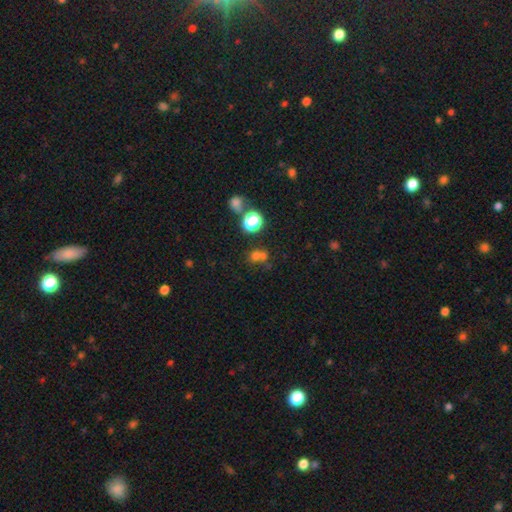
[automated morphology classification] Overall: smooth (62%; star or artifact 27%). How rounded: round (76%). Merging: none (46%; merger 40%).